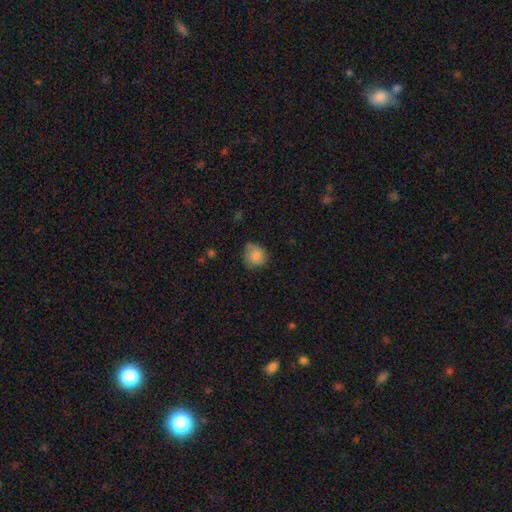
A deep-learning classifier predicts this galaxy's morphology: This is clearly a smooth galaxy (81%). How rounded: likely round (79%). Merging: likely none (64%).